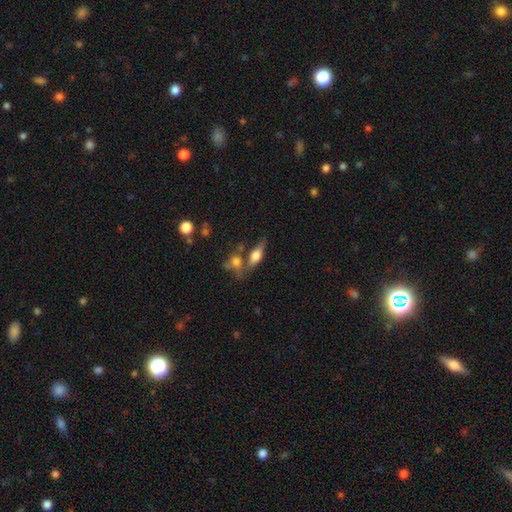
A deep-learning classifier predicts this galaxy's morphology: smooth-or-featured: featured or disk: 47% | smooth: 44% | star or artifact: 9%
  merging: none: 56% | merger: 24% | minor disturbance: 14% | major disturbance: 6%